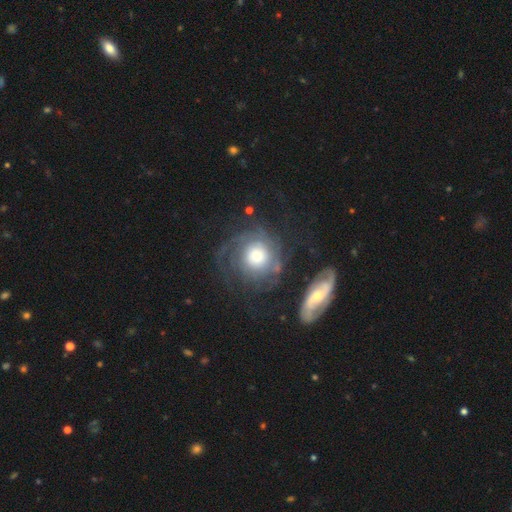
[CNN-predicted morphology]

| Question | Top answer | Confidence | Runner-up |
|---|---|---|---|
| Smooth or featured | featured or disk | 66% | smooth (25%) |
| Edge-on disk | no | 96% | yes (4%) |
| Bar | no | 80% | weak (16%) |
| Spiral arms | yes | 85% | no (15%) |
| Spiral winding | tight | 51% | medium (32%) |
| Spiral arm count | can't tell | 35% | 2 (25%) |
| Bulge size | large | 48% | moderate (34%) |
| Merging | none | 58% | minor disturbance (17%) |